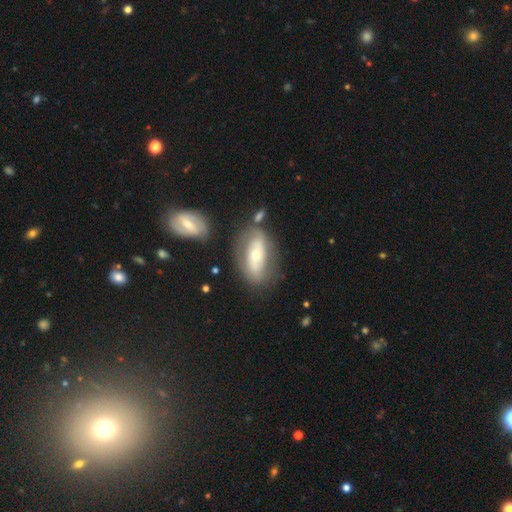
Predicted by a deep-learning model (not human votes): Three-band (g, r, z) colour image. It shows a featured or disk galaxy (54%). Merging: none (63%).